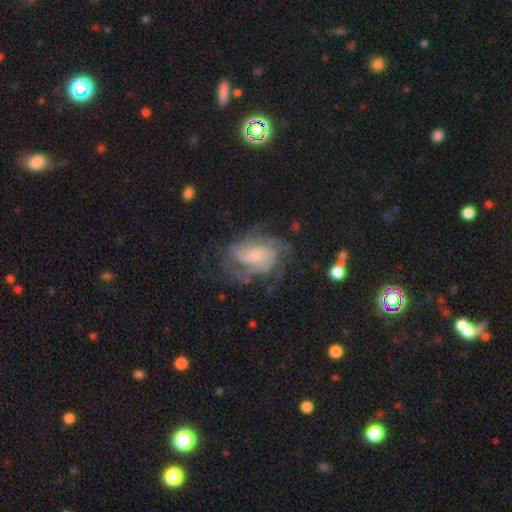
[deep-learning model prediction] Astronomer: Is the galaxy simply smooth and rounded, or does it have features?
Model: featured or disk — 87%.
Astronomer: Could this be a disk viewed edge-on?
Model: no — 97%.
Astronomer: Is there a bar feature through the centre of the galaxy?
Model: no — 63%.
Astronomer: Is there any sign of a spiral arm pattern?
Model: yes — 96%.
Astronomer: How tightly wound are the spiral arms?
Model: tight — 50% (runner-up: medium, 40%).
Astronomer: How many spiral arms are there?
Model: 3 — 27% (runner-up: can't tell, 24%).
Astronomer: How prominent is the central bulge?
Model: small — 72%.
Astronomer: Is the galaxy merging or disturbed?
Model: none — 62%.